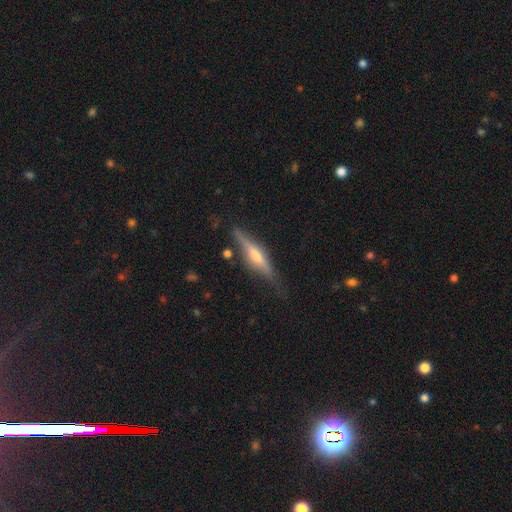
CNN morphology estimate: smooth_or_featured: featured or disk (p=0.72) [alt: smooth p=0.21]
disk_edge_on: yes (p=0.96) [alt: no p=0.04]
edge_on_bulge: rounded (p=0.83) [alt: boxy p=0.10]
merging: none (p=0.79) [alt: minor disturbance p=0.15]